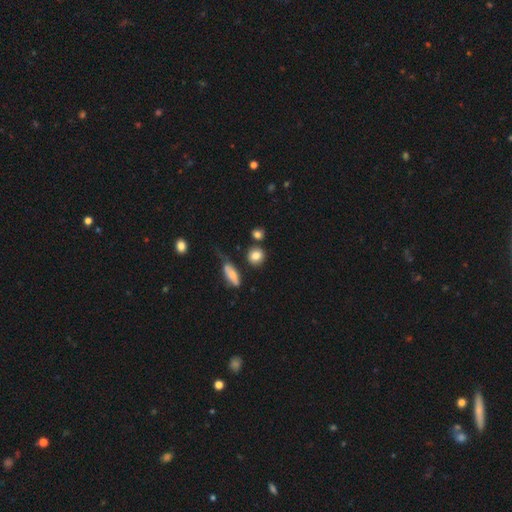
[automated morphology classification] A smooth galaxy with no disk features (82%) that is round (80%). Merging: none (75%).